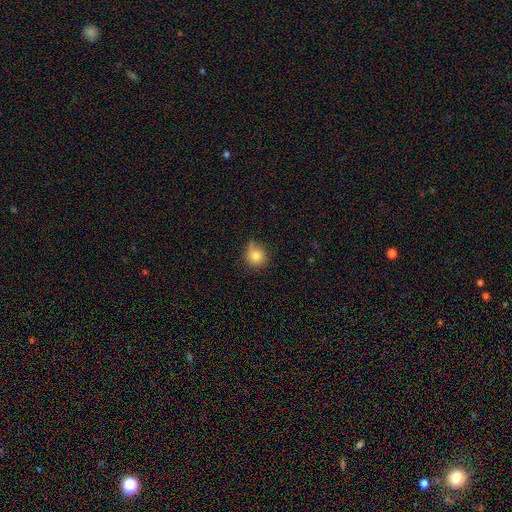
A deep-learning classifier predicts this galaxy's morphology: smooth-or-featured: smooth: 81% | star or artifact: 11% | featured or disk: 9%
  how-rounded: round: 85% | in between: 15% | cigar-shaped: 1%
  merging: none: 64% | minor disturbance: 26% | major disturbance: 5% | merger: 4%